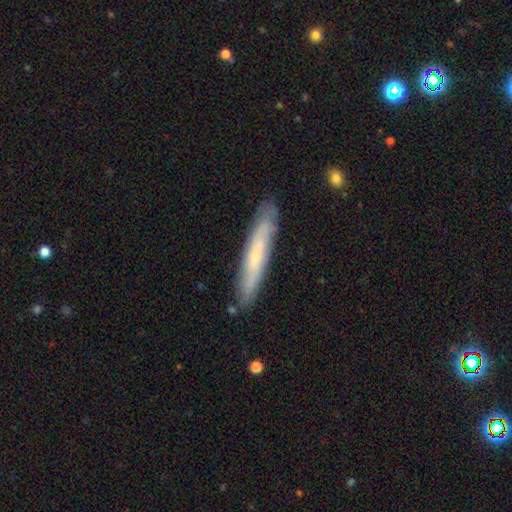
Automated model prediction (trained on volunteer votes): Smooth or featured?
  - featured or disk: 50% *
  - smooth: 44%
  - star or artifact: 6%
Edge-on disk?
  - yes: 68% *
  - no: 32%
Merging?
  - none: 83% *
  - minor disturbance: 12%
  - major disturbance: 2%
  - merger: 2%